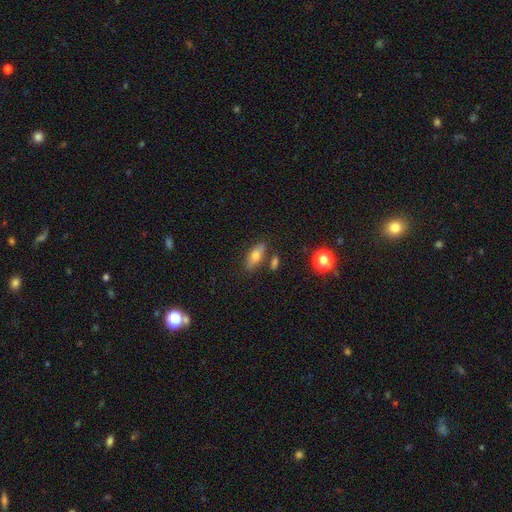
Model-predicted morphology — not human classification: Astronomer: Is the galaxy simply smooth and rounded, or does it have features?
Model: smooth — 63%.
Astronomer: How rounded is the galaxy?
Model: in between — 67%.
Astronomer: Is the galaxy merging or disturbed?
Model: none — 75%.